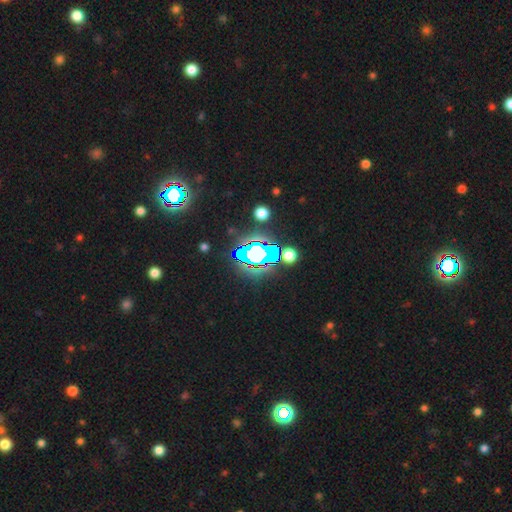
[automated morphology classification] This appears to be a star or artifact, not a galaxy (80%).